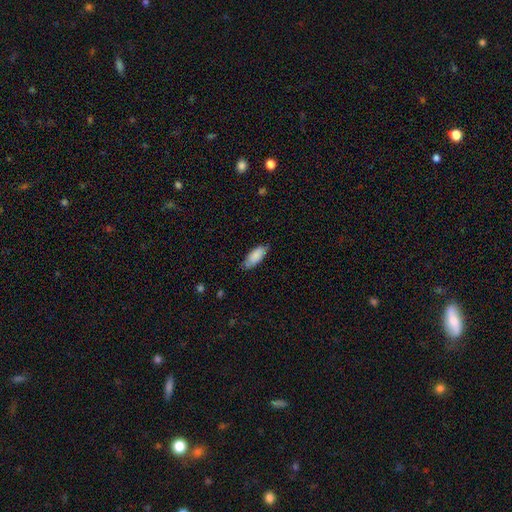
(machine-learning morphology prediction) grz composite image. It shows a smooth galaxy with no disk features (87%) that is in between round and cigar-shaped (79%). Merging: none (75%).